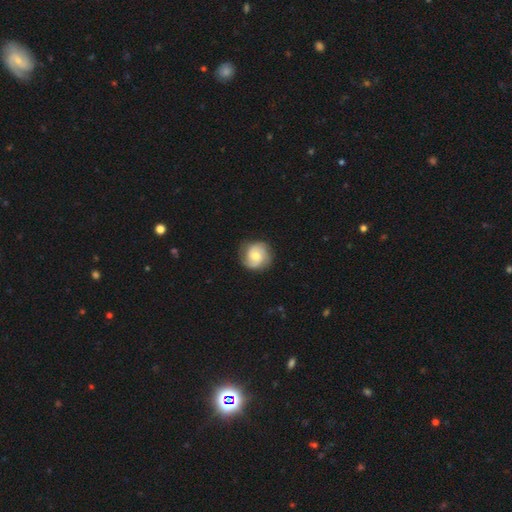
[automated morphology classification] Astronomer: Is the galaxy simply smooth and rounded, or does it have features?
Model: featured or disk — 62%.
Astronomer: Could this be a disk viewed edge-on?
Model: no — 98%.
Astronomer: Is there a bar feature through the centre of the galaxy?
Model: no — 66%.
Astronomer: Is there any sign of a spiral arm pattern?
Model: yes — 92%.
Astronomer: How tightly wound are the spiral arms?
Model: tight — 48% (runner-up: medium, 39%).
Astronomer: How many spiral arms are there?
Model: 2 — 51%.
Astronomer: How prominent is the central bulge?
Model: moderate — 53% (runner-up: small, 38%).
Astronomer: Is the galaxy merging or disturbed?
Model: none — 80%.